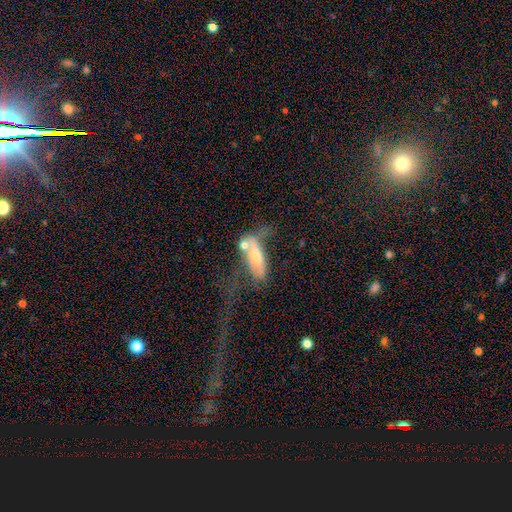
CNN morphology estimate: A smooth galaxy with no disk features (51%) that is in between round and cigar-shaped (55%). Merging: major disturbance (31%, tied with merger).